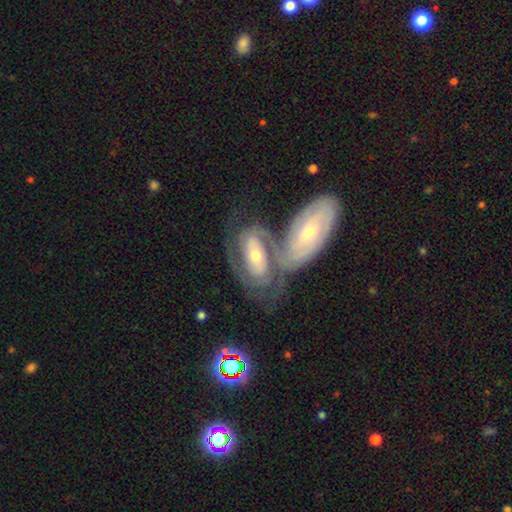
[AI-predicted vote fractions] The model was most divided on "bulge size": moderate: 50%, small: 43%, large: 4%, none: 1%, dominant: 1%. Remaining: edge-on disk — no (93%); spiral arms — yes (91%); smooth or featured — featured or disk (78%); spiral arm count — 2 (68%); spiral winding — tight (54%); merging — merger (53%); bar — no (47%).